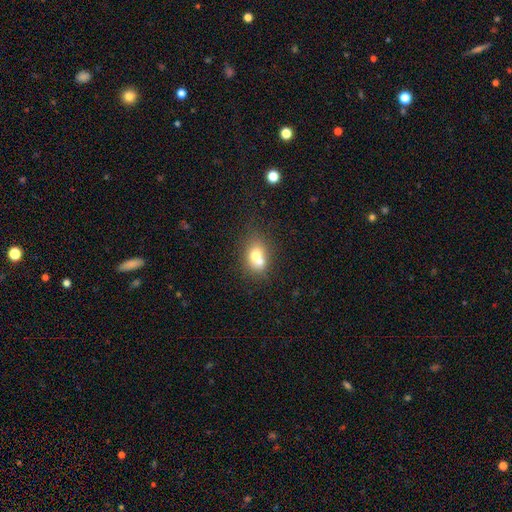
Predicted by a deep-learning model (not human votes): Smooth or featured: smooth — 66% (featured or disk — 23%)
How rounded: in between — 51% (round — 48%)
Merging: merger — 61% (none — 28%)